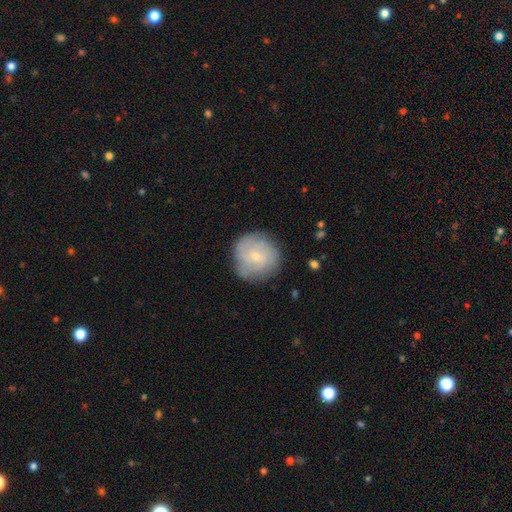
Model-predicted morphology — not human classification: Smooth or featured? Predicted: smooth (p=0.49). Merging? Predicted: none (p=0.79).